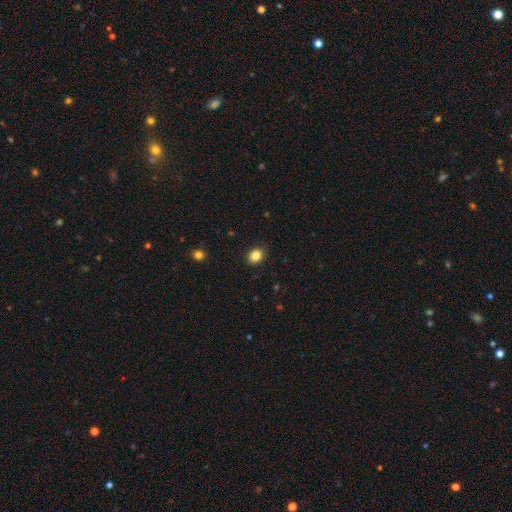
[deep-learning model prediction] smooth-or-featured: smooth: 85% | star or artifact: 10% | featured or disk: 4%
  how-rounded: round: 54% | in between: 45% | cigar-shaped: 1%
  merging: none: 89% | minor disturbance: 8% | major disturbance: 2% | merger: 1%